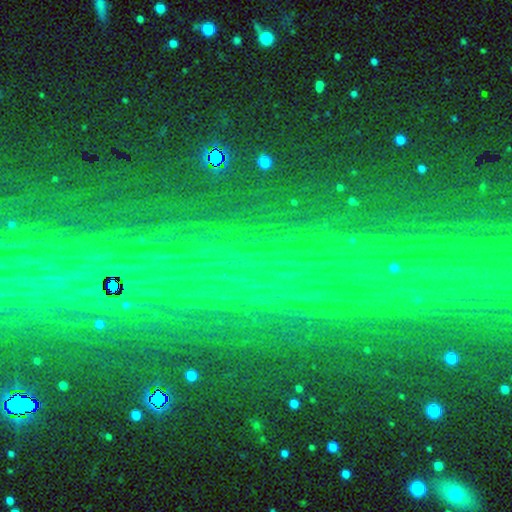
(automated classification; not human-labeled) The model was most divided on "smooth or featured": star or artifact: 83%, featured or disk: 9%, smooth: 8%.